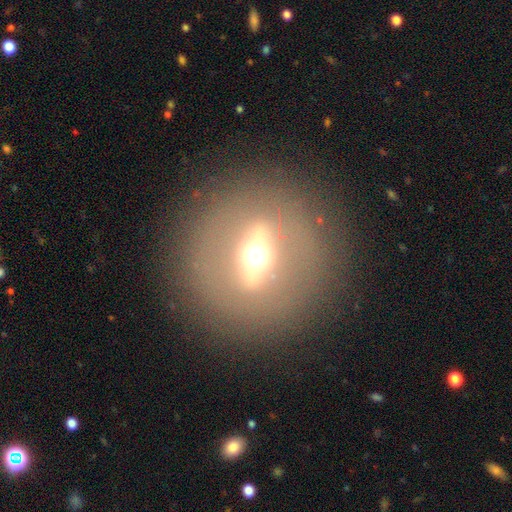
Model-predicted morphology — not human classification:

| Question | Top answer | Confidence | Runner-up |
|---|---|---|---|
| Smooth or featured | featured or disk | 65% | smooth (23%) |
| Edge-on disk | no | 53% | yes (47%) |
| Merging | none | 87% | minor disturbance (7%) |